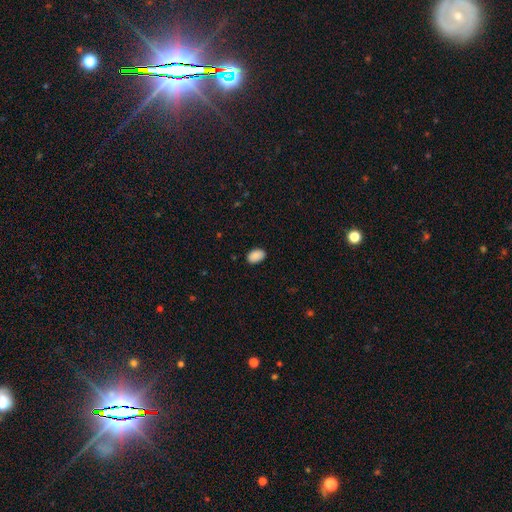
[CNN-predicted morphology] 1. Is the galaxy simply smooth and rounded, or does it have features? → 89% smooth, 7% star or artifact, 4% featured or disk.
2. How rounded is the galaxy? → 90% in between, 9% round, 1% cigar-shaped.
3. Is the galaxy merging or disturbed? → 88% none, 9% minor disturbance, 2% major disturbance, 1% merger.